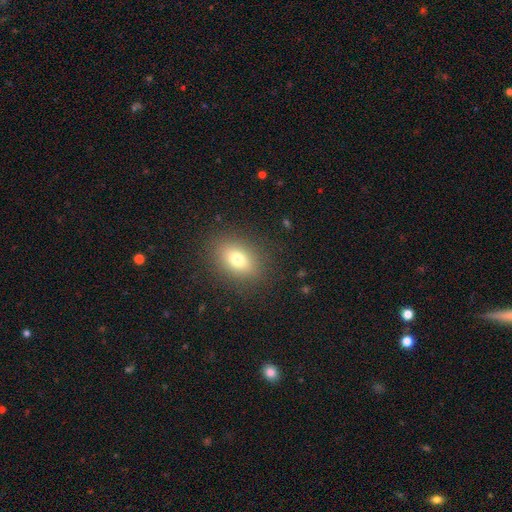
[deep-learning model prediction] Smooth or featured? Predicted: smooth (p=0.71). How rounded? Predicted: in between (p=0.61). Merging? Predicted: none (p=0.91).